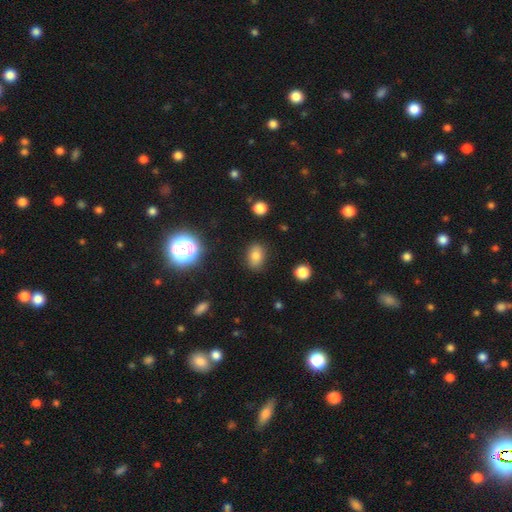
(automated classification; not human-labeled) A smooth galaxy with no disk features (76%) that is in between round and cigar-shaped (80%). Merging: none (84%).